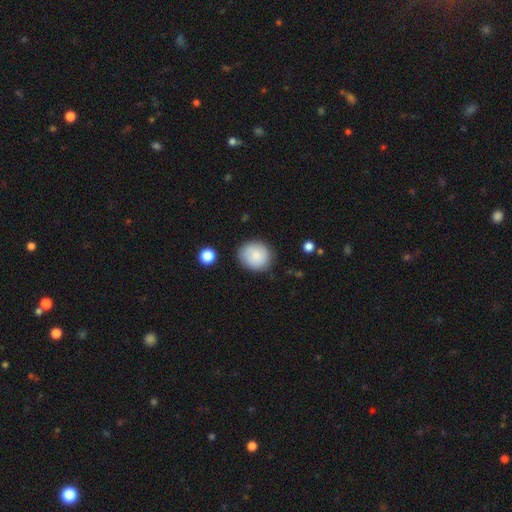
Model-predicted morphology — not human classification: This appears to be a smooth galaxy with no disk features (83%) that is round (77%). Merging: none (82%).